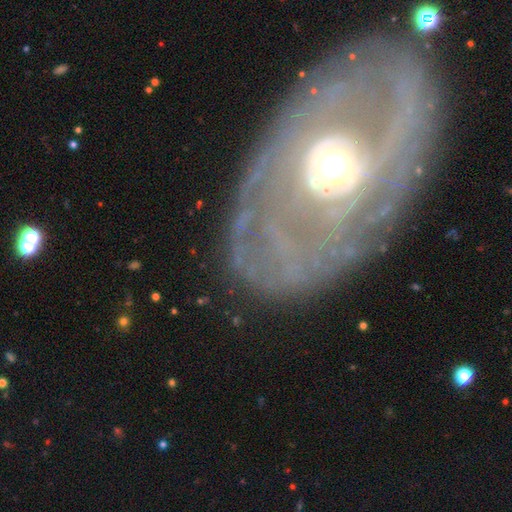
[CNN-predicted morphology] Smooth or featured? Predicted: featured or disk (p=0.82). Edge-on disk? Predicted: no (p=0.94). Bar? Predicted: no (p=0.60). Spiral arms? Predicted: yes (p=0.76). Spiral winding? Predicted: tight (p=0.63). Spiral arm count? Predicted: can't tell (p=0.38). Bulge size? Predicted: moderate (p=0.67). Merging? Predicted: none (p=0.79).